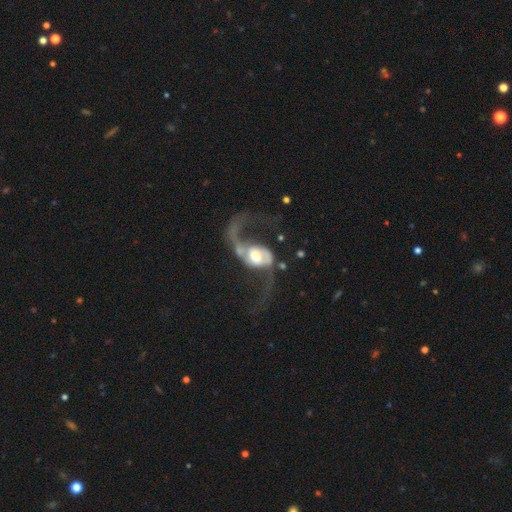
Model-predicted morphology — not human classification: A featured or disk galaxy (83%) with no bar (51%), 2 (87%) loose (84%) spiral arms (91%) and a moderate central bulge (53%). Merging: major disturbance (42%).